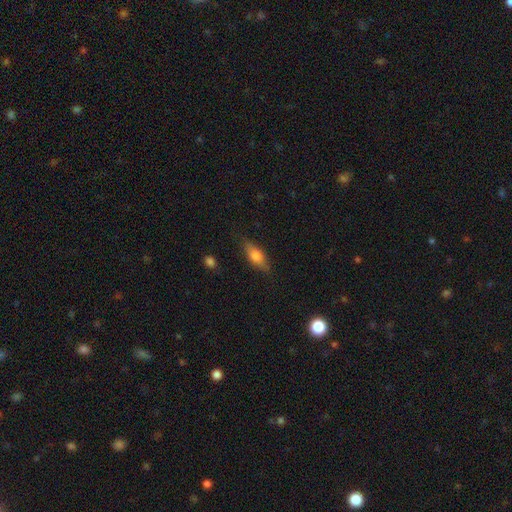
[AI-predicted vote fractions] The model was most divided on "smooth or featured": smooth: 61%, featured or disk: 32%, star or artifact: 7%. More confident: merging — none (79%); how rounded — in between (68%).